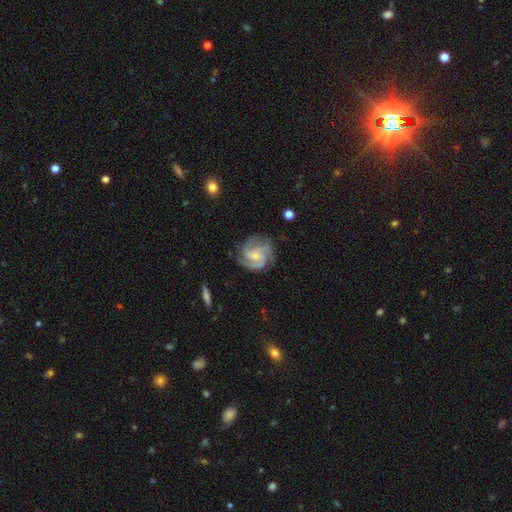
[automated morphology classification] A featured or disk galaxy (88%) with no bar (60%), 3 (52%) tight (46%, tied with medium) spiral arms (98%) and a small central bulge (65%).

Vote fractions:
- Smooth or featured? featured or disk: 88% / smooth: 7% / star or artifact: 5%
- Edge-on disk? no: 98% / yes: 2%
- Bar? no: 60% / weak: 33% / strong: 7%
- Spiral arms? yes: 98% / no: 2%
- Spiral winding? tight: 46% (tied) / medium: 46% (tied) / loose: 8%
- Spiral arm count? 3: 52% / 4: 18% / 2: 11% / can't tell: 9% / more than 4: 5% / 1: 5%
- Bulge size? small: 65% / moderate: 25% / none: 8% / large: 2% / dominant: 1%
- Merging? none: 76% / minor disturbance: 16% / major disturbance: 6% / merger: 1%